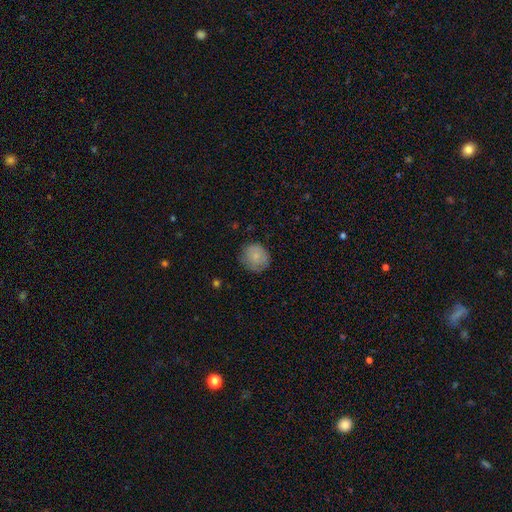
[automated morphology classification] A smooth galaxy with no disk features (77%) that is round (85%). Merging: none (75%).